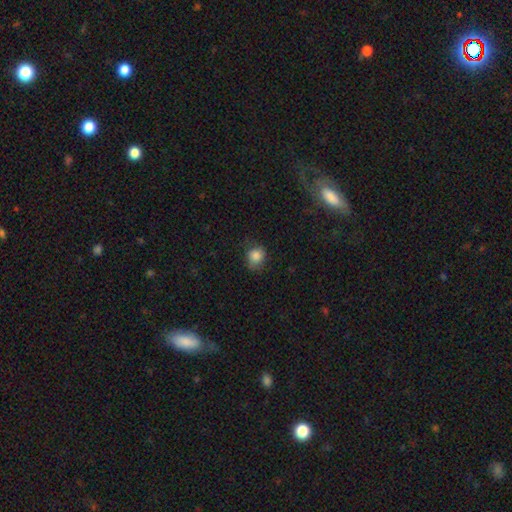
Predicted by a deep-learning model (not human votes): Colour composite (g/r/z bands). It shows a smooth galaxy with no disk features (86%) that is round (78%). Merging: none (73%).